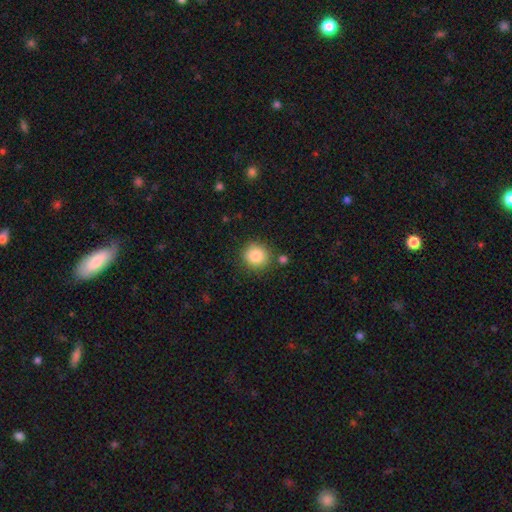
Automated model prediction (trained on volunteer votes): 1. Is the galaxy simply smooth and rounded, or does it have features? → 86% smooth, 9% star or artifact, 5% featured or disk.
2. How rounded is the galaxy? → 91% round, 8% in between, 1% cigar-shaped.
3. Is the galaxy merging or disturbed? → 83% none, 9% minor disturbance, 5% merger, 3% major disturbance.